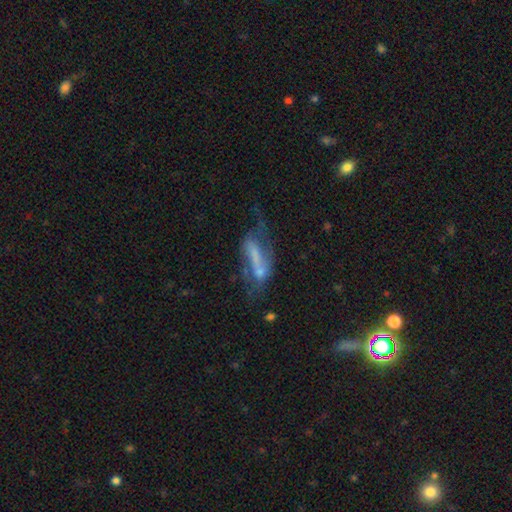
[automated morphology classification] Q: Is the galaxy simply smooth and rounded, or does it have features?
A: featured or disk — 50%.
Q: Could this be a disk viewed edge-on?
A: no — 84%.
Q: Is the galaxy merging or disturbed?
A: major disturbance — 39%.